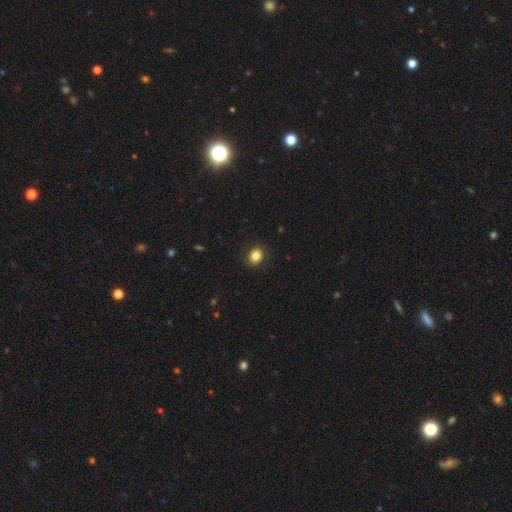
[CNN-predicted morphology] Q: Smooth or featured?
A: smooth (85%); runner-up: star or artifact (10%)
Q: How rounded?
A: round (55%); runner-up: in between (44%)
Q: Merging?
A: none (89%); runner-up: minor disturbance (8%)